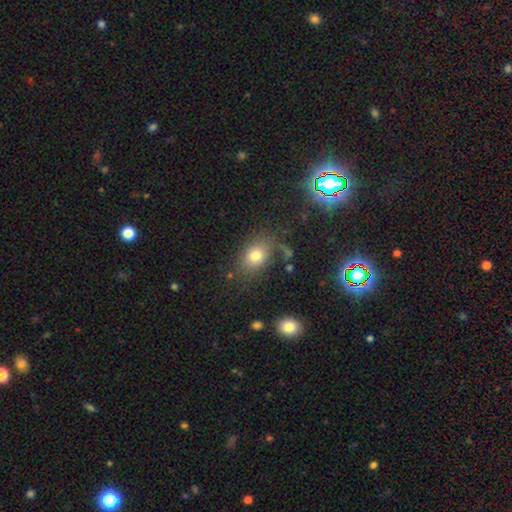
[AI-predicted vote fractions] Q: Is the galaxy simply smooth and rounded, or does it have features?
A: smooth — 75%.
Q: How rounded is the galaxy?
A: in between — 64%.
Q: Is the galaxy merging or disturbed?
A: none — 71%.